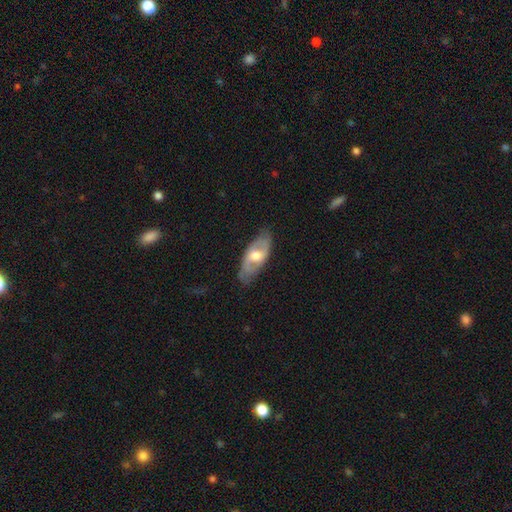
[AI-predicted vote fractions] smooth_or_featured: featured or disk (p=0.56) [alt: smooth p=0.39]
disk_edge_on: no (p=0.79) [alt: yes p=0.21]
merging: none (p=0.74) [alt: minor disturbance p=0.20]